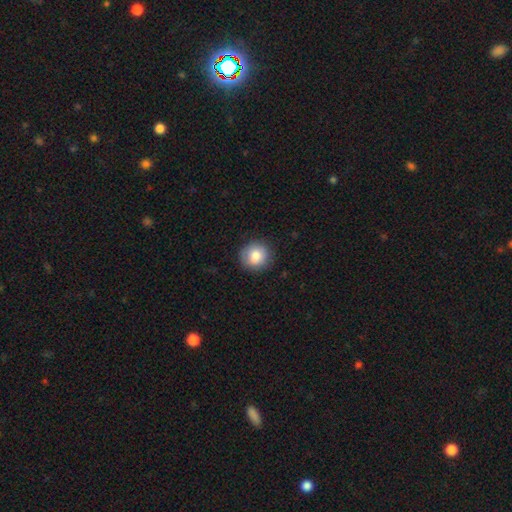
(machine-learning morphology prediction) smooth 84%, star or artifact 8%, featured or disk 7%. Down the decision tree: how rounded — round (91%); merging — none (87%).